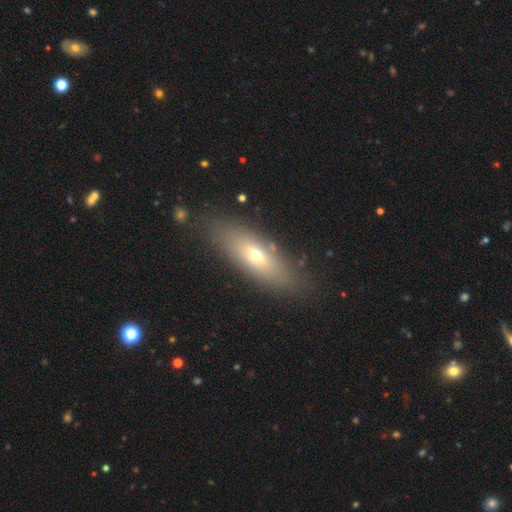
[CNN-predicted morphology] This is possibly a smooth galaxy (59%). How rounded: possibly in between (58%). Merging: clearly none (82%).